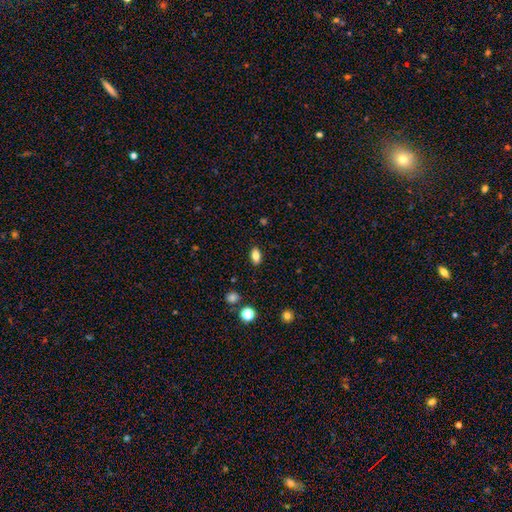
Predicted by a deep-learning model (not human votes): A smooth galaxy with no disk features (80%) that is in between round and cigar-shaped (86%). Merging: none (88%).